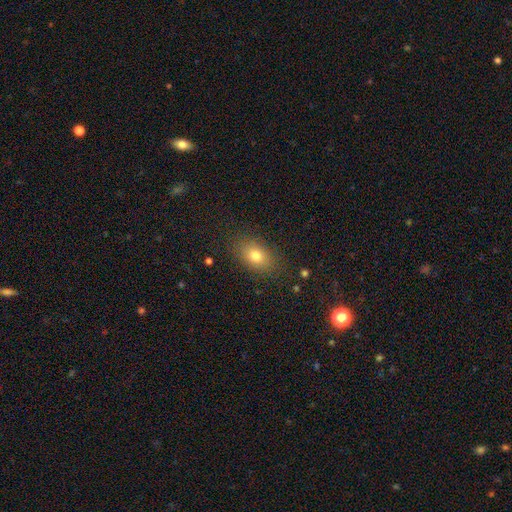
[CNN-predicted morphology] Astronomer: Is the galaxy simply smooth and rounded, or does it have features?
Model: smooth — 77%.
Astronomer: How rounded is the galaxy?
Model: in between — 80%.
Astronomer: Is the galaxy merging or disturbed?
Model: none — 85%.